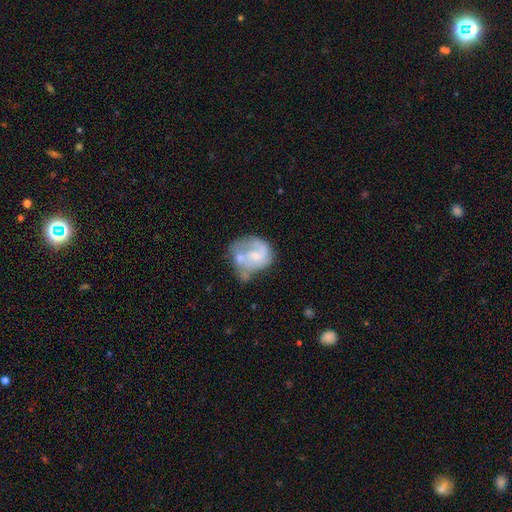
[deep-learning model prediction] The model was most divided on "merging": none: 29%, merger: 26%, major disturbance: 24%, minor disturbance: 21%. Remaining: edge-on disk — no (98%); spiral arms — yes (63%); smooth or featured — featured or disk (63%); bar — no (60%); bulge size — small (45%).